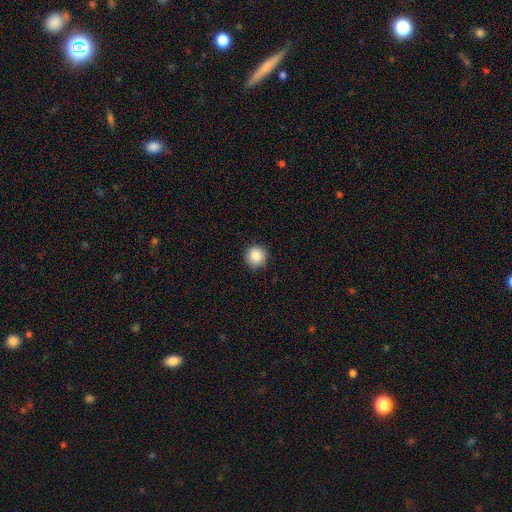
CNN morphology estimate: smooth 86%, star or artifact 9%, featured or disk 5%. Down the decision tree: how rounded — round (94%); merging — none (87%).